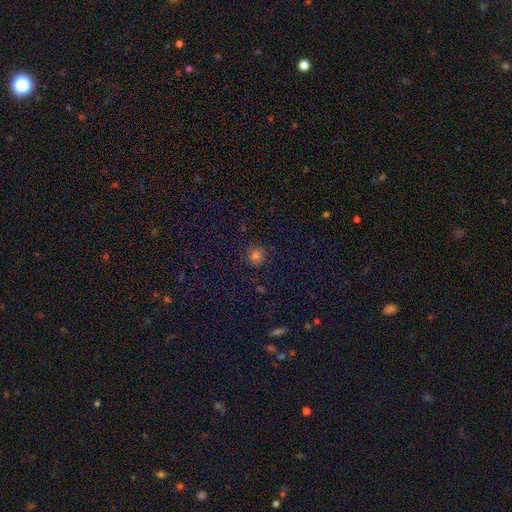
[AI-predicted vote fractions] smooth-or-featured: smooth: 75% | star or artifact: 17% | featured or disk: 8%
  how-rounded: round: 93% | in between: 6% | cigar-shaped: 1%
  merging: none: 86% | minor disturbance: 10% | major disturbance: 3% | merger: 1%